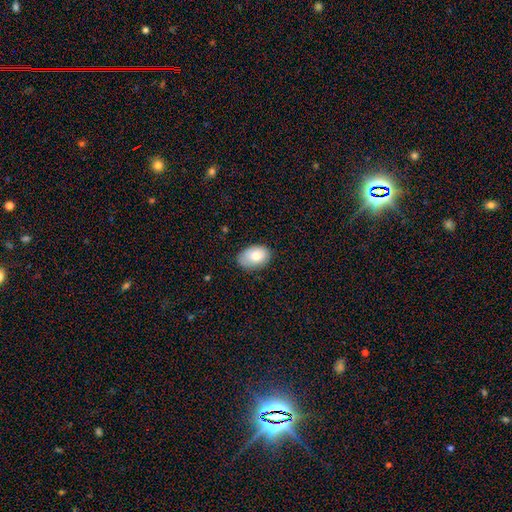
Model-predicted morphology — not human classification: Smooth or featured? smooth (81%)
How rounded? in between (87%)
Merging? none (76%)